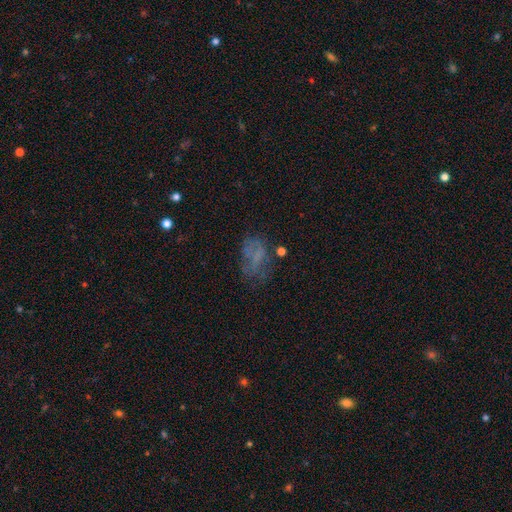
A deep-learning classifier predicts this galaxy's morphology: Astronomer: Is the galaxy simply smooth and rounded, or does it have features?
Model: smooth — 45% (runner-up: featured or disk, 35%).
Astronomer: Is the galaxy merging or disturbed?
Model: none — 45% (runner-up: major disturbance, 28%).